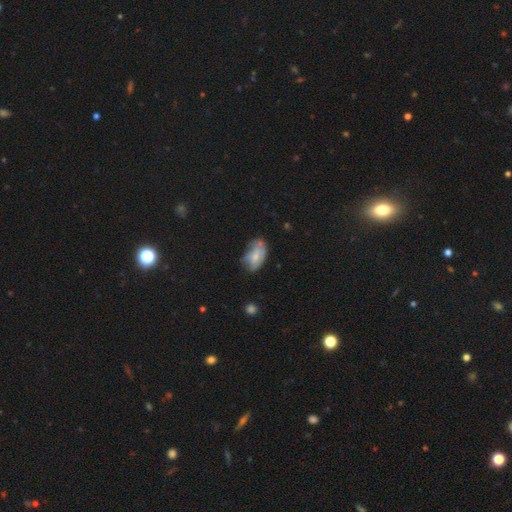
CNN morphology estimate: smooth-or-featured: smooth: 58% | featured or disk: 35% | star or artifact: 8%
  how-rounded: in between: 91% | round: 5% | cigar-shaped: 3%
  merging: none: 46% | minor disturbance: 34% | major disturbance: 14% | merger: 5%